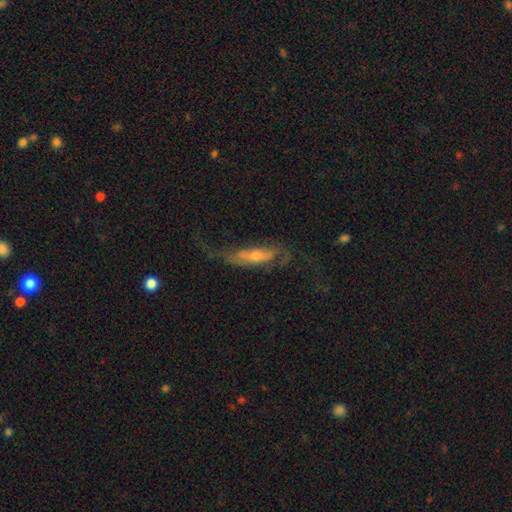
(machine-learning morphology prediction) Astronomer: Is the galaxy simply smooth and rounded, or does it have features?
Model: featured or disk — 68%.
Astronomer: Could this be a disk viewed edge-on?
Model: no — 66%.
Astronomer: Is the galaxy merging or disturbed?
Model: none — 46% (runner-up: major disturbance, 31%).